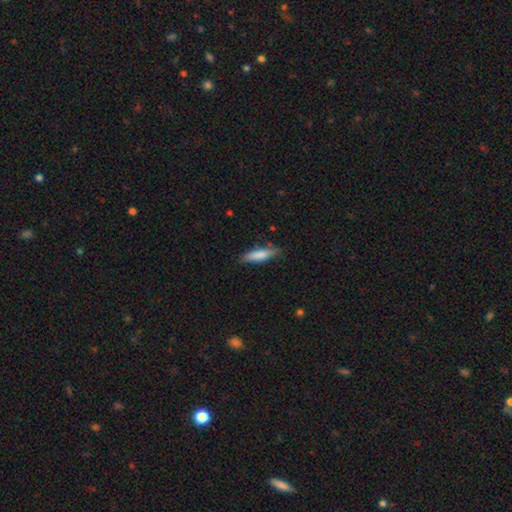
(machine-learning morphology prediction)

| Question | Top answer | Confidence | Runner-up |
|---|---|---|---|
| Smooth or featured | smooth | 71% | featured or disk (22%) |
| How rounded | cigar-shaped | 80% | in between (19%) |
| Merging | none | 84% | minor disturbance (12%) |